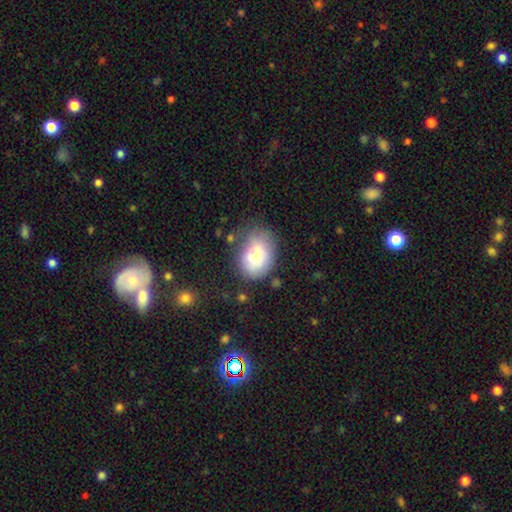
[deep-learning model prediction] A smooth galaxy with no disk features (67%) that is in between round and cigar-shaped (63%).

Vote fractions:
- Smooth or featured? smooth: 67% / featured or disk: 24% / star or artifact: 9%
- How rounded? in between: 63% / round: 36% / cigar-shaped: 1%
- Merging? none: 47% / minor disturbance: 26% / major disturbance: 14% / merger: 13%